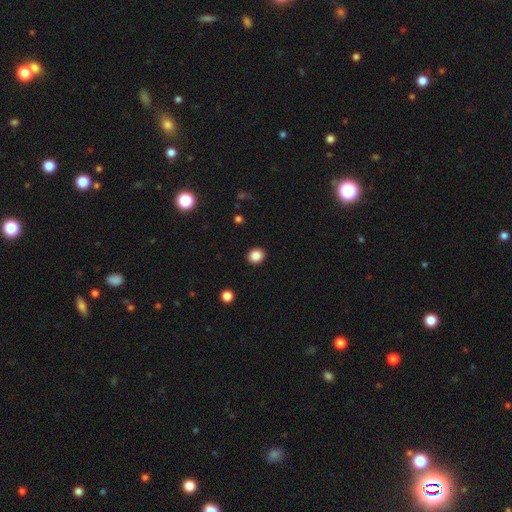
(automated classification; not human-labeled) Smooth or featured: smooth — 87% (star or artifact — 10%)
How rounded: round — 76% (in between — 23%)
Merging: none — 92% (minor disturbance — 5%)